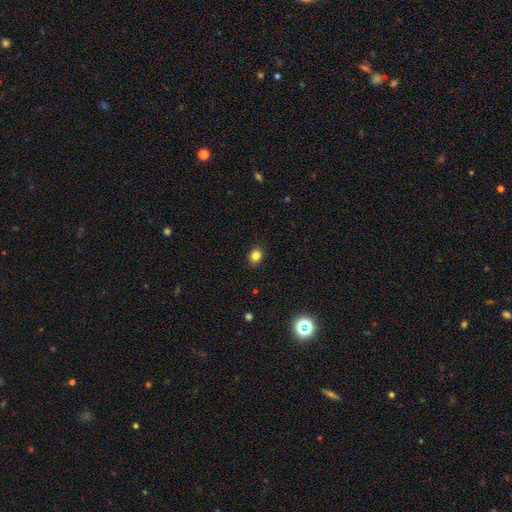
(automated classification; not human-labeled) Smooth or featured?
  - smooth: 82% *
  - star or artifact: 12%
  - featured or disk: 6%
How rounded?
  - round: 56% *
  - in between: 44%
  - cigar-shaped: 1%
Merging?
  - none: 90% *
  - minor disturbance: 7%
  - major disturbance: 2%
  - merger: 1%